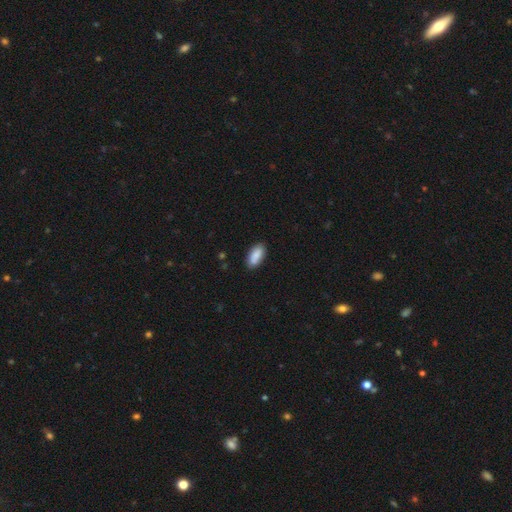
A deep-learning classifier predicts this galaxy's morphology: smooth 86%, featured or disk 8%, star or artifact 7%. Down the decision tree: how rounded — in between (89%); merging — none (81%).